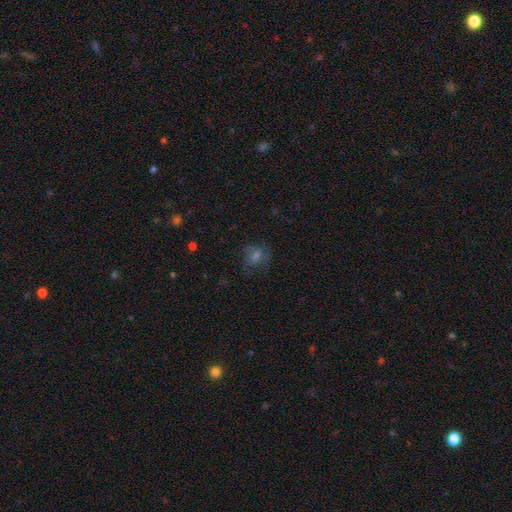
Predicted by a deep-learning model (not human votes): This appears to be a smooth galaxy with no disk features (42%). Merging: none (67%).